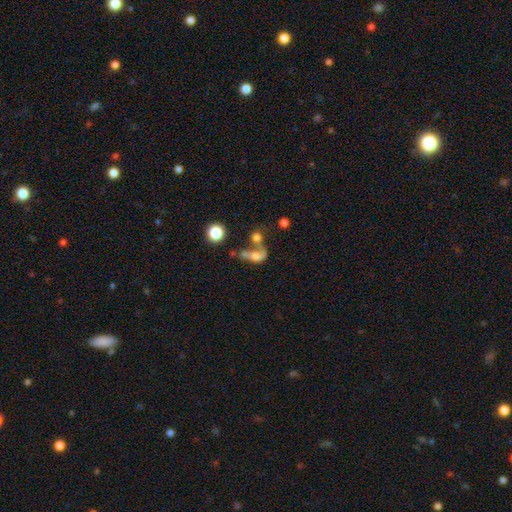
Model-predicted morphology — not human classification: A smooth galaxy with no disk features (46%).

Vote fractions:
- Smooth or featured? smooth: 46% / featured or disk: 39% / star or artifact: 15%
- Merging? merger: 48% / major disturbance: 25% / none: 18% / minor disturbance: 10%